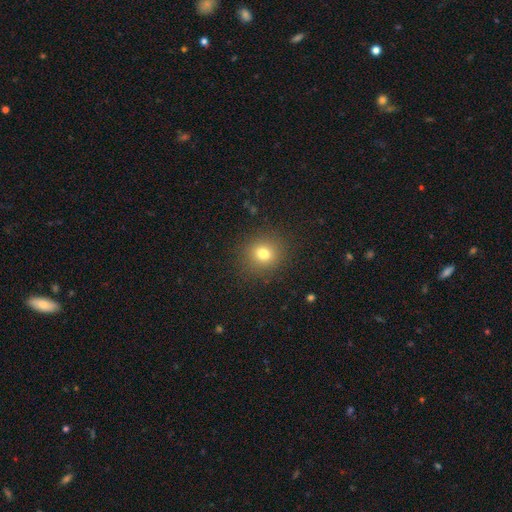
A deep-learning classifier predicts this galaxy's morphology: A smooth galaxy with no disk features (67%) that is round (90%). Merging: none (92%).